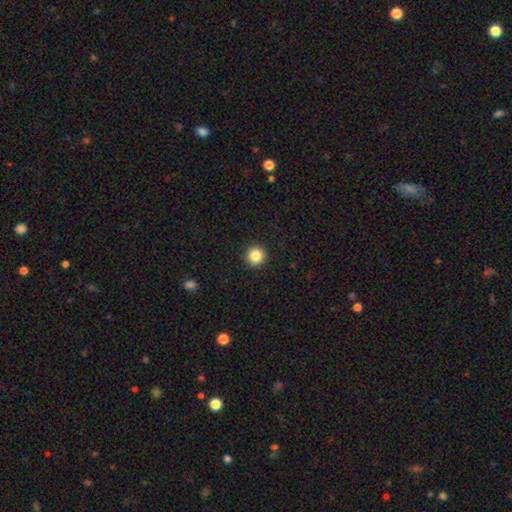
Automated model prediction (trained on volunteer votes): smooth 85%, star or artifact 10%, featured or disk 5%. Down the decision tree: how rounded — round (96%); merging — none (94%).